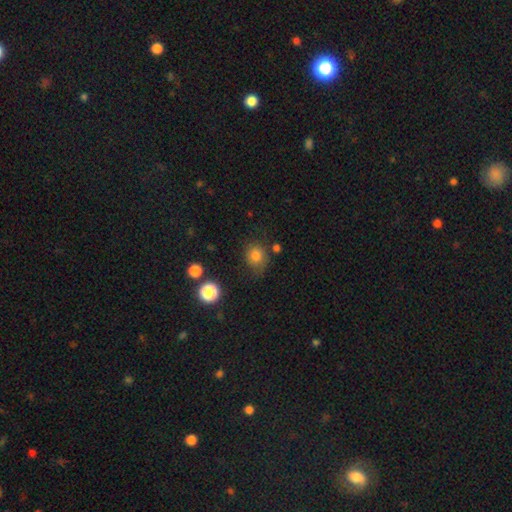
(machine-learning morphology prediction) smooth-or-featured: smooth: 80% | star or artifact: 13% | featured or disk: 7%
  how-rounded: round: 74% | in between: 25% | cigar-shaped: 1%
  merging: none: 70% | minor disturbance: 20% | major disturbance: 6% | merger: 4%